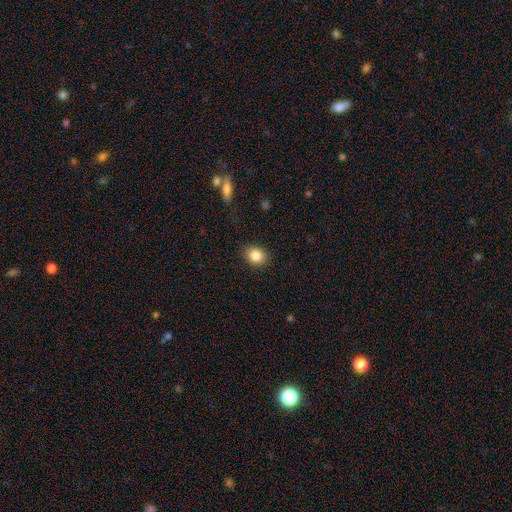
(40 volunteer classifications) Smooth or featured? smooth (90%)
How rounded? round (67%)
Merging? none (92%)